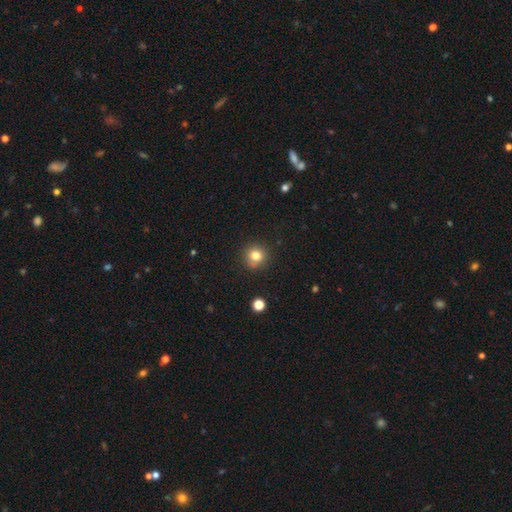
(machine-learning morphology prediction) Smooth or featured?
  - smooth: 80% *
  - star or artifact: 13%
  - featured or disk: 7%
How rounded?
  - round: 92% *
  - in between: 7%
  - cigar-shaped: 1%
Merging?
  - none: 86% *
  - minor disturbance: 9%
  - major disturbance: 3%
  - merger: 2%